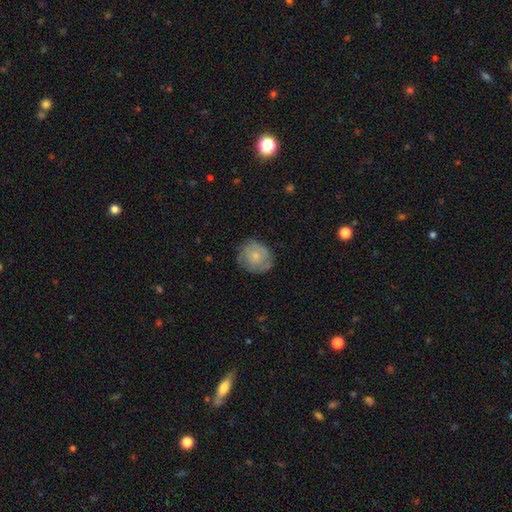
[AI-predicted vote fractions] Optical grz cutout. It shows a smooth galaxy with no disk features (52%) that is round (82%). Merging: none (70%).